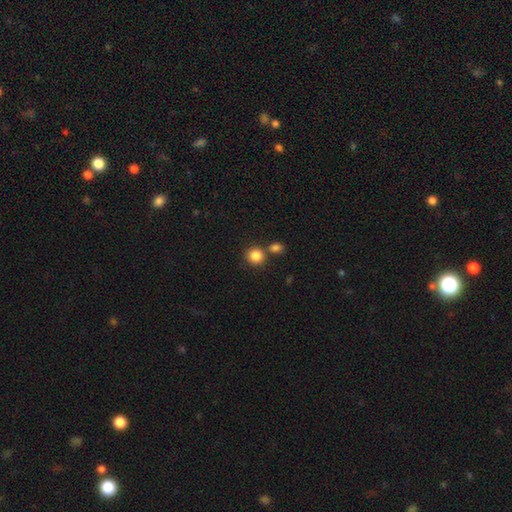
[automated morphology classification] A smooth galaxy with no disk features (85%) that is round (89%).

Vote fractions:
- Smooth or featured? smooth: 85% / star or artifact: 10% / featured or disk: 5%
- How rounded? round: 89% / in between: 10% / cigar-shaped: 1%
- Merging? none: 70% / merger: 19% / minor disturbance: 8% / major disturbance: 3%